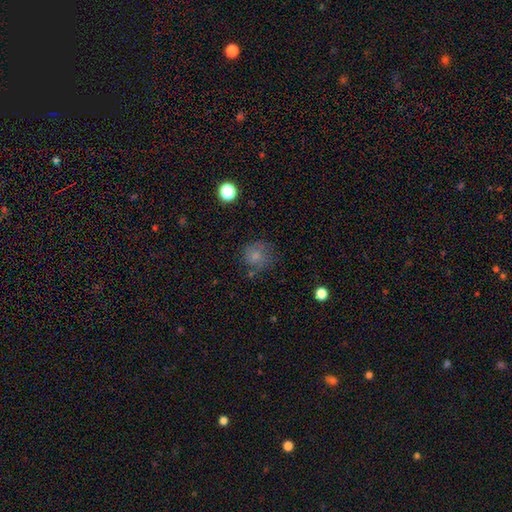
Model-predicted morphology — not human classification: The model was most divided on "merging": none: 64%, minor disturbance: 22%, major disturbance: 10%, merger: 4%. More confident: how rounded — round (86%); smooth or featured — smooth (75%).